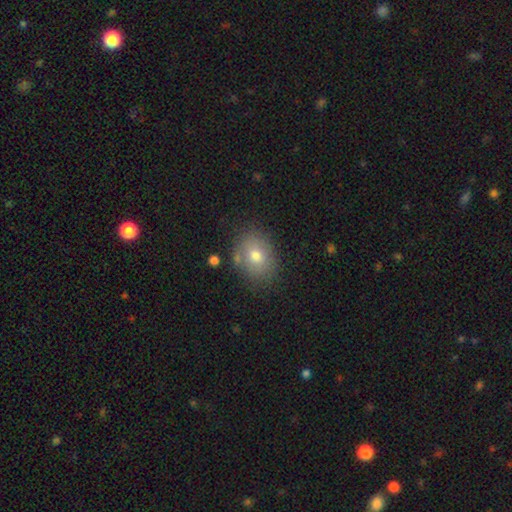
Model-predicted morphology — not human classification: The model was most divided on "how rounded": in between: 57%, round: 42%, cigar-shaped: 1%. More confident: merging — none (75%); smooth or featured — smooth (74%).